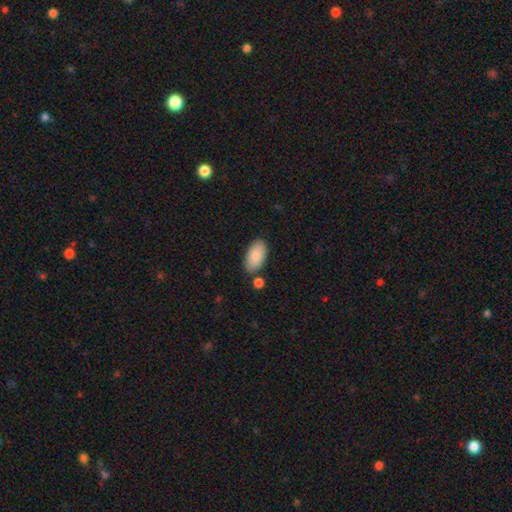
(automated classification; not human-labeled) Smooth or featured? smooth (86%)
How rounded? in between (95%)
Merging? none (78%)